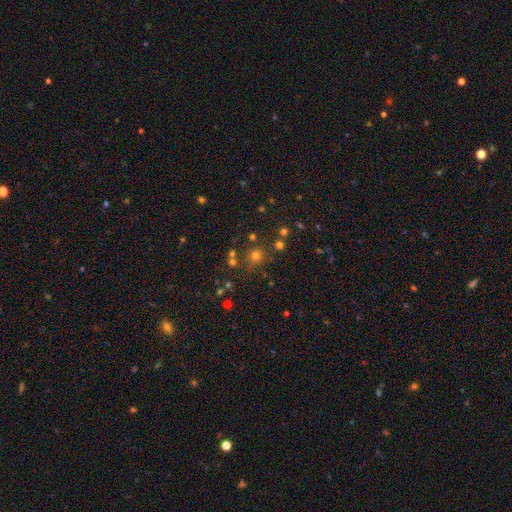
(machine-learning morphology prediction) type=smooth (63%); roundness=round (89%); merging=none (78%).